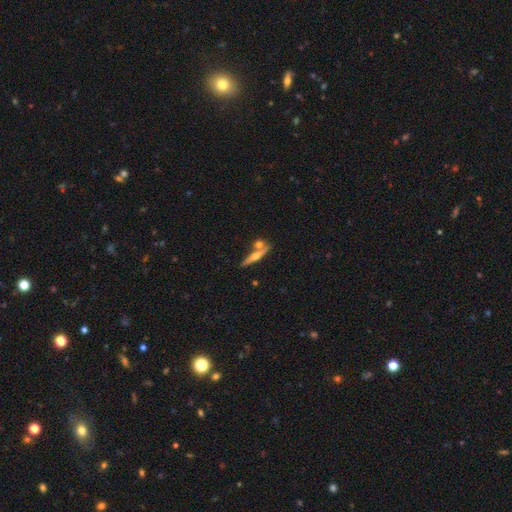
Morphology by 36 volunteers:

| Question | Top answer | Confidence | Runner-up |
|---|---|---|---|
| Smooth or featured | featured or disk | 67% | smooth (33%) |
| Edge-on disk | yes | 96% | no (4%) |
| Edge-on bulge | rounded | 96% | none (4%) |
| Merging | none | 67% | merger (31%) |